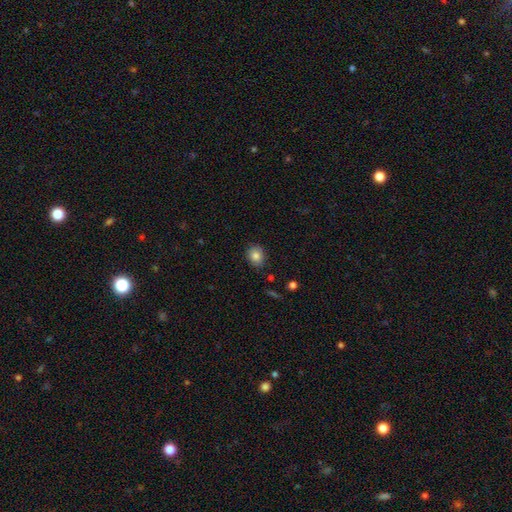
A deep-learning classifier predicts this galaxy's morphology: smooth_or_featured: smooth (p=0.84) [alt: star or artifact p=0.09]
how_rounded: round (p=0.50) [alt: in between p=0.49]
merging: none (p=0.85) [alt: minor disturbance p=0.11]